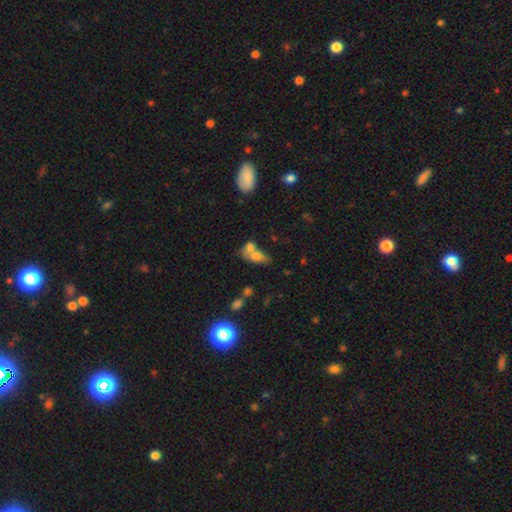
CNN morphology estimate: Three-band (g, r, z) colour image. It shows a smooth galaxy with no disk features (65%) that is in between round and cigar-shaped (77%). Merging: merger (59%).